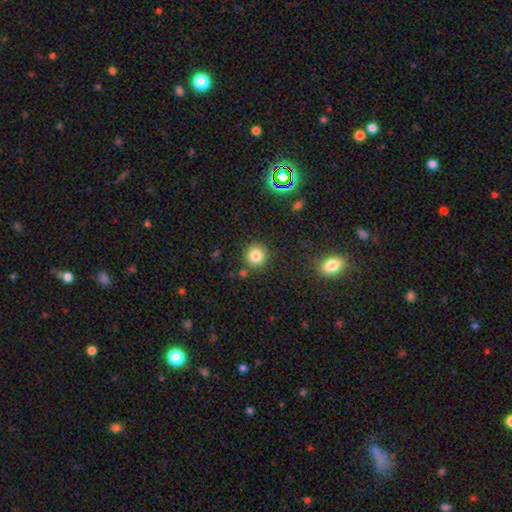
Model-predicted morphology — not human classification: A smooth galaxy with no disk features (82%) that is round (92%).

Vote fractions:
- Smooth or featured? smooth: 82% / star or artifact: 11% / featured or disk: 7%
- How rounded? round: 92% / in between: 7% / cigar-shaped: 1%
- Merging? none: 84% / minor disturbance: 8% / merger: 5% / major disturbance: 3%